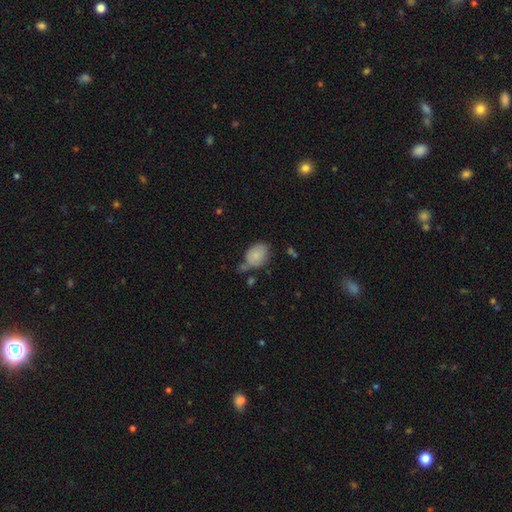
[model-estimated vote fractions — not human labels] This appears to be a smooth galaxy with no disk features (80%) that is in between round and cigar-shaped (72%). Merging: none (50%).